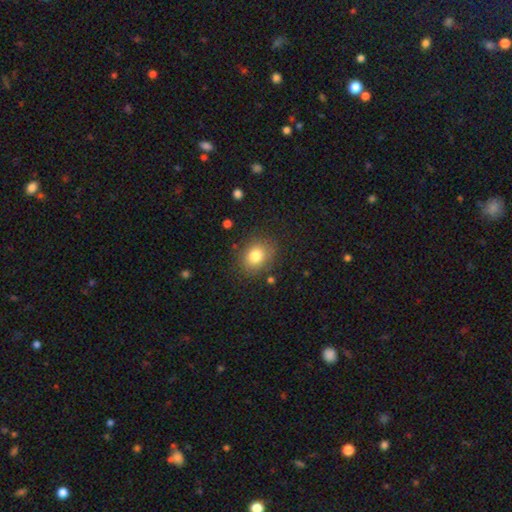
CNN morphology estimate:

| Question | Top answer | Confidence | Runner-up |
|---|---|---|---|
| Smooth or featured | smooth | 80% | star or artifact (10%) |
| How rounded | round | 55% | in between (44%) |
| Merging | none | 82% | minor disturbance (12%) |